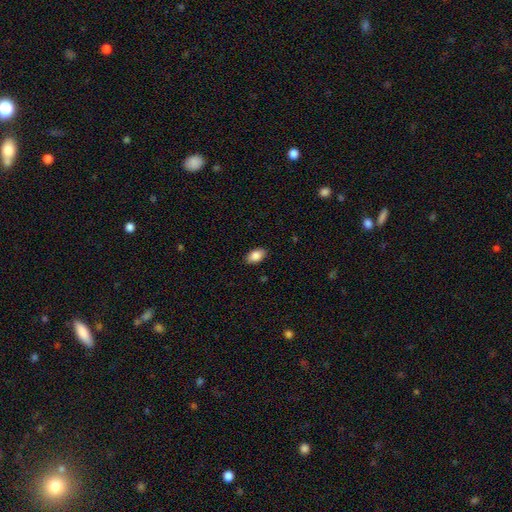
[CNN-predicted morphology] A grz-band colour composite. It shows a smooth galaxy with no disk features (87%) that is in between round and cigar-shaped (92%). Merging: none (88%).